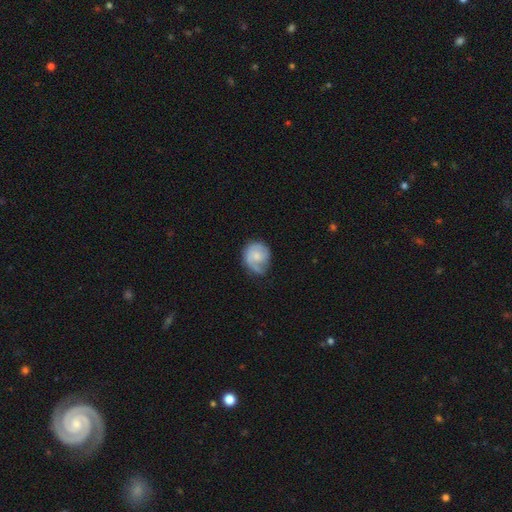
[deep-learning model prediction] Q: Smooth or featured?
A: featured or disk (50%); runner-up: smooth (43%)
Q: Edge-on disk?
A: no (98%); runner-up: yes (2%)
Q: Merging?
A: none (49%); runner-up: minor disturbance (32%)